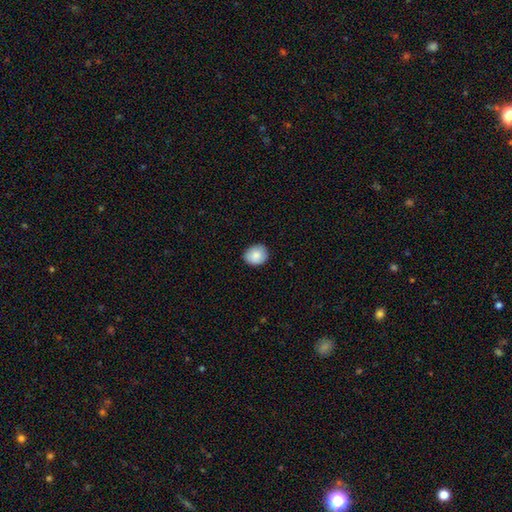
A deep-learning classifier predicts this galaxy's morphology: Smooth or featured: smooth — 86% (star or artifact — 7%)
How rounded: round — 67% (in between — 32%)
Merging: none — 86% (minor disturbance — 11%)